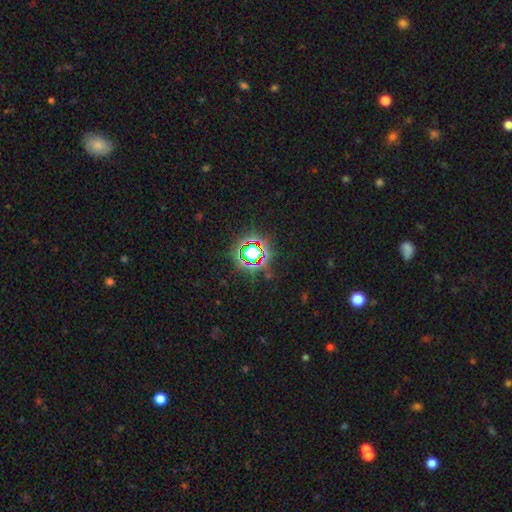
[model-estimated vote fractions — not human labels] Overall: star or artifact (72%).